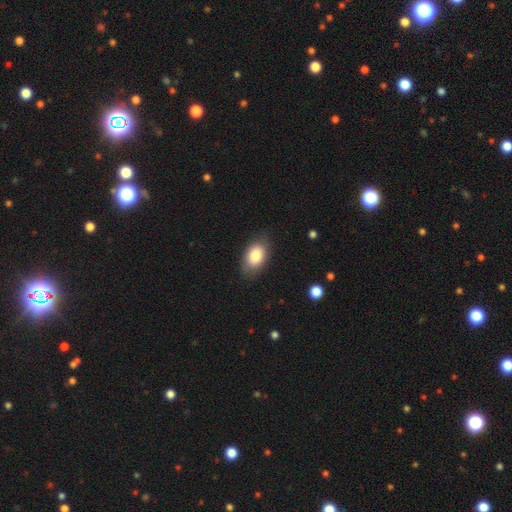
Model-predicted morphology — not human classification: Smooth or featured? Predicted: smooth (p=0.82). How rounded? Predicted: in between (p=0.89). Merging? Predicted: none (p=0.82).